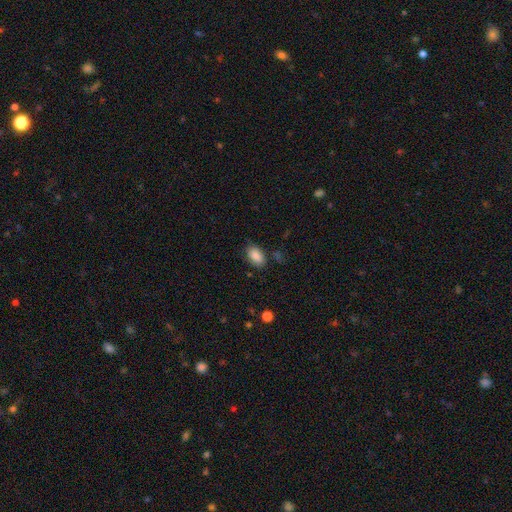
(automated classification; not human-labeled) Overall: smooth (87%). How rounded: in between (91%). Merging: none (77%).